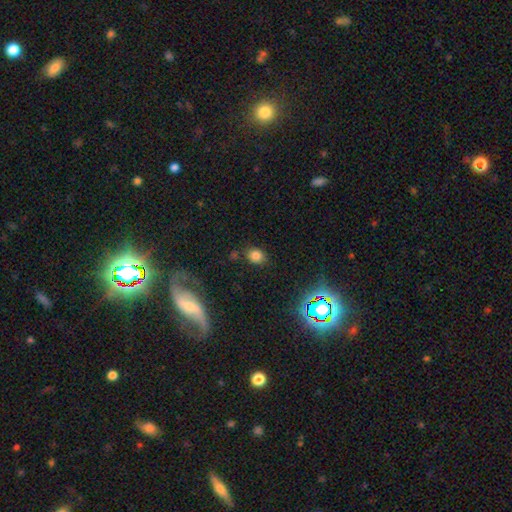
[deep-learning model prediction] The model was most divided on "how rounded": round: 59%, in between: 40%, cigar-shaped: 1%. More confident: merging — none (79%); smooth or featured — smooth (77%).